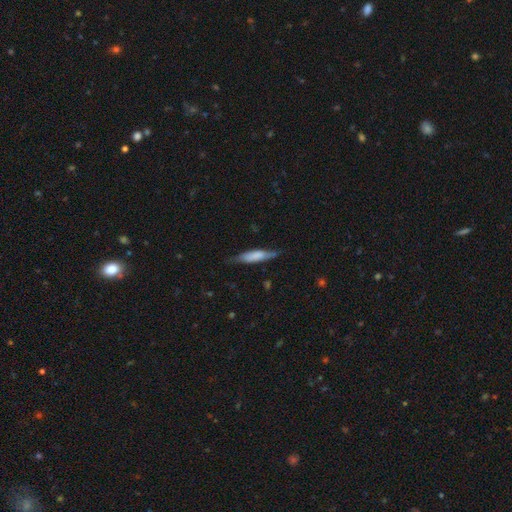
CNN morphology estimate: This is likely a smooth galaxy (64%). How rounded: likely cigar-shaped (71%). Merging: likely none (69%).